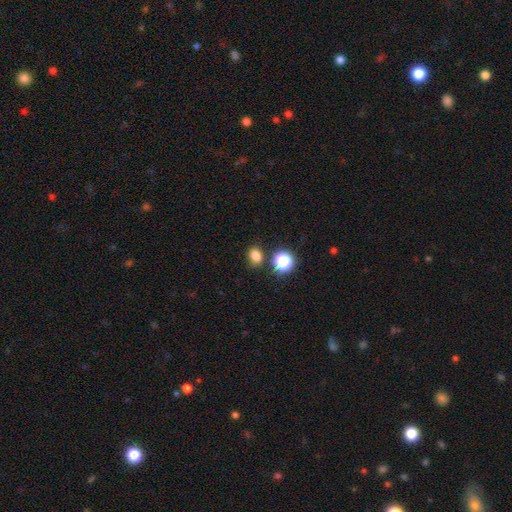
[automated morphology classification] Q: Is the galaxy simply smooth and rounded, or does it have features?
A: smooth — 78%.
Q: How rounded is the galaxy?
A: in between — 57%.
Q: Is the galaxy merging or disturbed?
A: none — 77%.